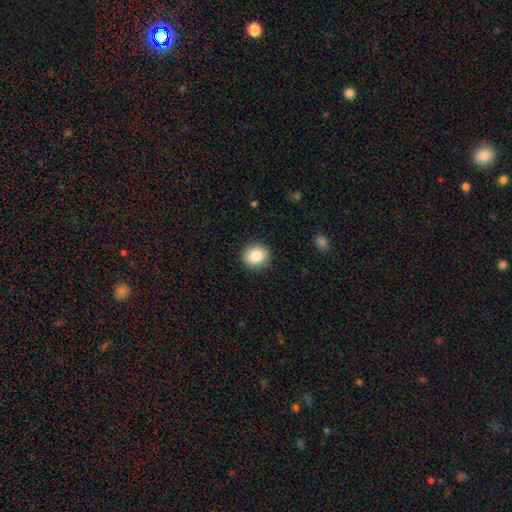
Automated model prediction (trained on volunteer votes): Smooth or featured? Predicted: smooth (p=0.86). How rounded? Predicted: round (p=0.86). Merging? Predicted: none (p=0.91).